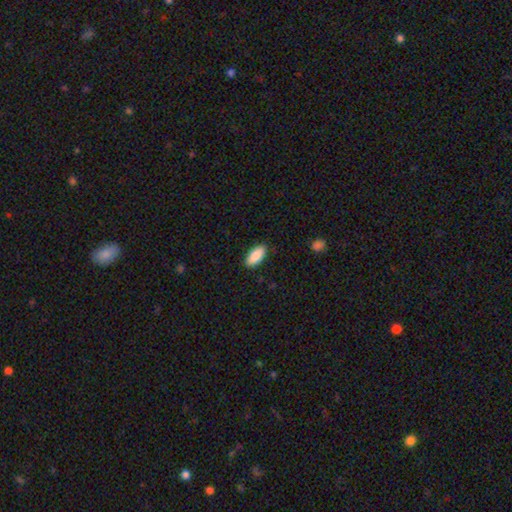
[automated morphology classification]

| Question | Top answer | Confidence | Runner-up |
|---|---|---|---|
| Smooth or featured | smooth | 88% | star or artifact (6%) |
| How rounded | in between | 87% | cigar-shaped (11%) |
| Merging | none | 88% | minor disturbance (9%) |